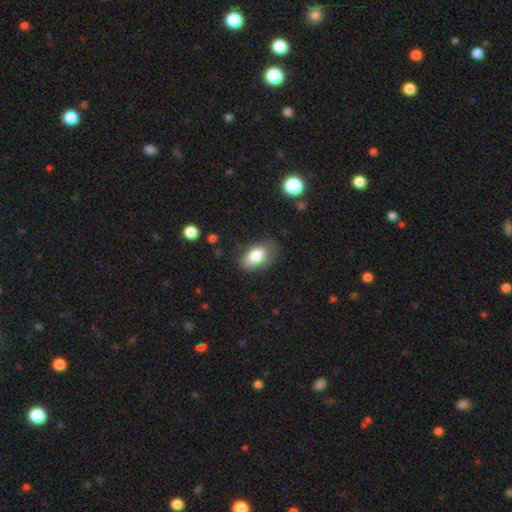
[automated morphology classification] Overall: smooth (78%). How rounded: in between (90%). Merging: none (68%).